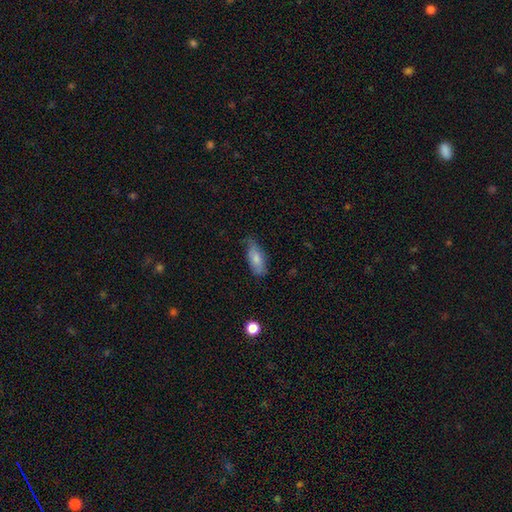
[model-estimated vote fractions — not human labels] This appears to be a smooth galaxy with no disk features (67%) that is in between round and cigar-shaped (70%). Merging: none (65%).